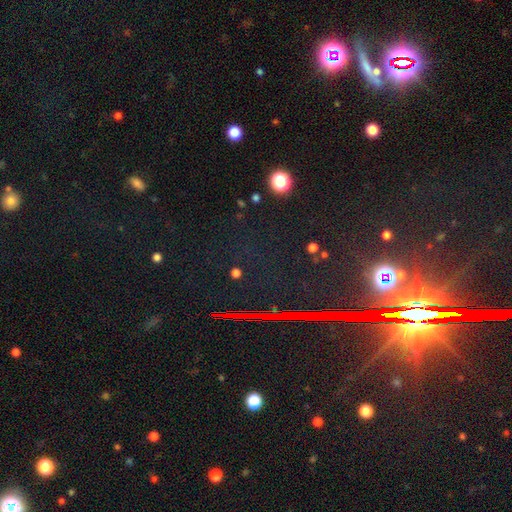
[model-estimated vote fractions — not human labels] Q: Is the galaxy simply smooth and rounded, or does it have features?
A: star or artifact — 84%.